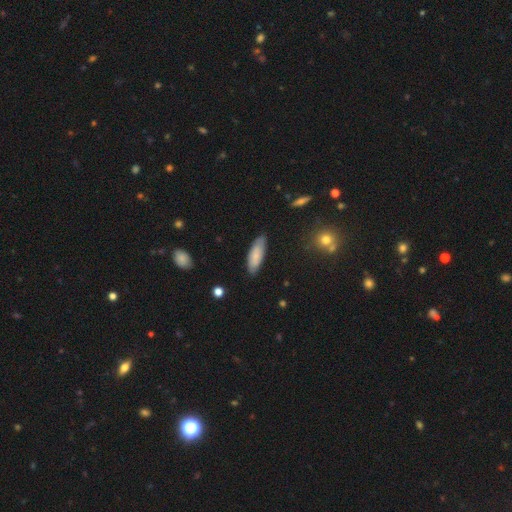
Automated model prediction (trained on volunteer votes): This appears to be a smooth galaxy with no disk features (78%) that is in between round and cigar-shaped (57%). Merging: none (81%).